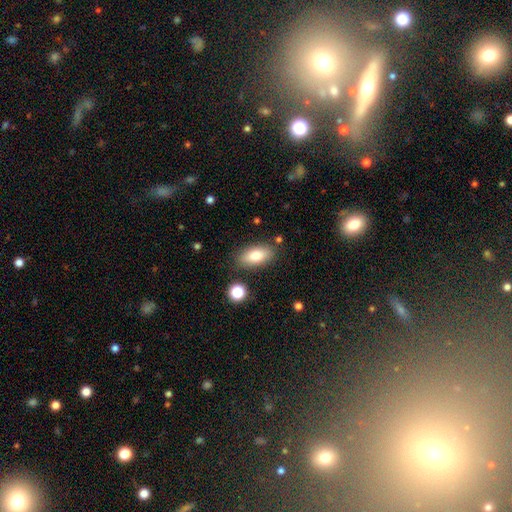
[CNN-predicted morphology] A smooth galaxy with no disk features (79%) that is in between round and cigar-shaped (89%).

Vote fractions:
- Smooth or featured? smooth: 79% / featured or disk: 14% / star or artifact: 8%
- How rounded? in between: 89% / cigar-shaped: 7% / round: 4%
- Merging? none: 83% / minor disturbance: 11% / merger: 4% / major disturbance: 3%